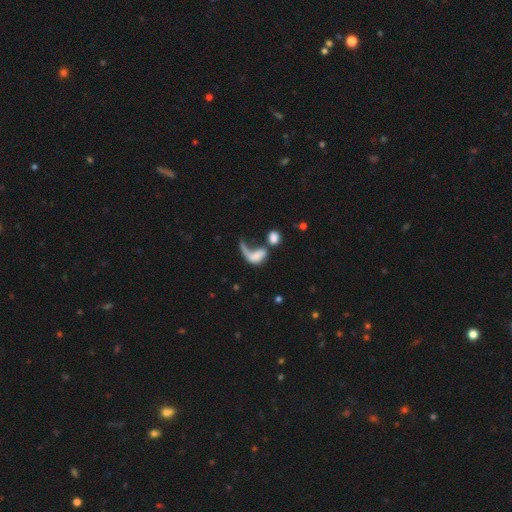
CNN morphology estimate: A smooth galaxy with no disk features (49%).

Vote fractions:
- Smooth or featured? smooth: 49% / featured or disk: 41% / star or artifact: 10%
- Merging? major disturbance: 43% / merger: 32% / none: 15% / minor disturbance: 10%